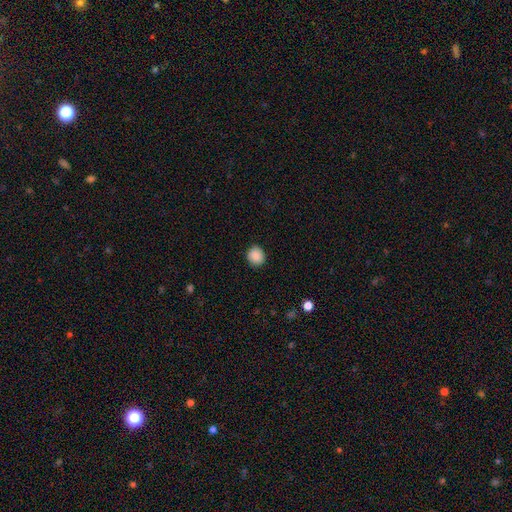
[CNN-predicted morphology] Smooth or featured? smooth (89%)
How rounded? round (83%)
Merging? none (89%)